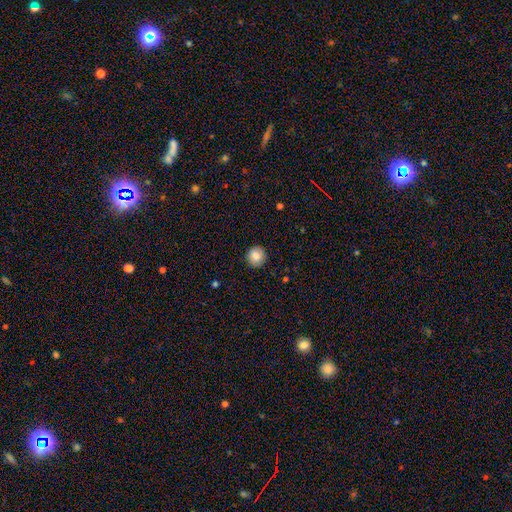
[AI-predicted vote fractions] Smooth or featured? smooth (82%)
How rounded? round (91%)
Merging? none (90%)